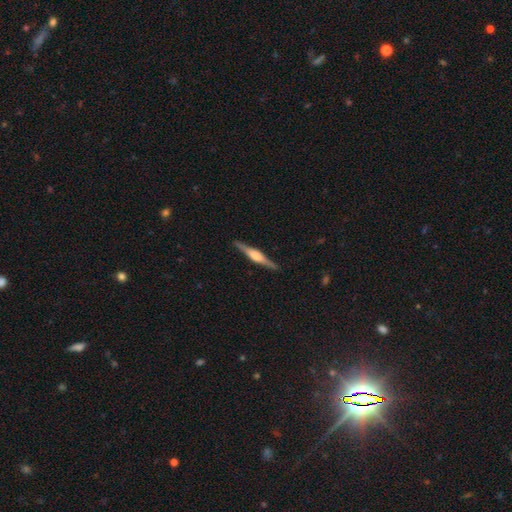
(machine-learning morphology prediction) featured or disk 78%, smooth 17%, star or artifact 5%. Down the decision tree: edge-on disk — yes (98%); edge-on bulge — rounded (70%); merging — none (91%).